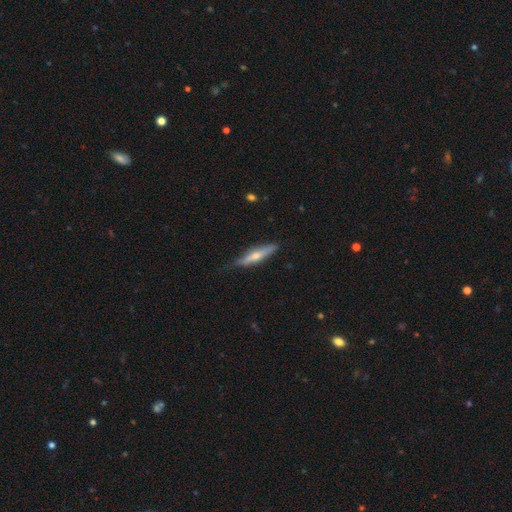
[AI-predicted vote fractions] smooth_or_featured: smooth (p=0.49) [alt: featured or disk p=0.45]
merging: none (p=0.78) [alt: minor disturbance p=0.17]